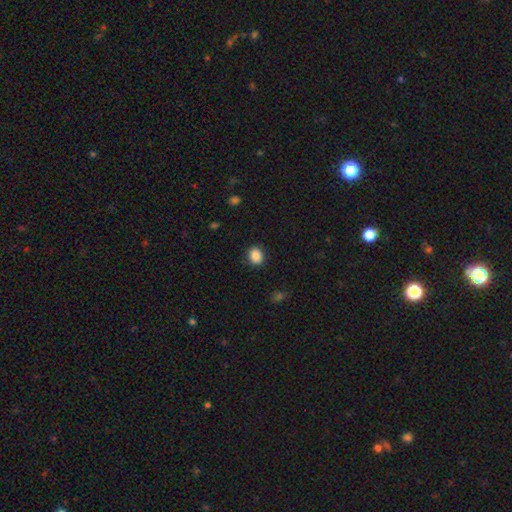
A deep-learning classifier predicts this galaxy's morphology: Smooth or featured? Predicted: smooth (p=0.88). How rounded? Predicted: round (p=0.54). Merging? Predicted: none (p=0.88).